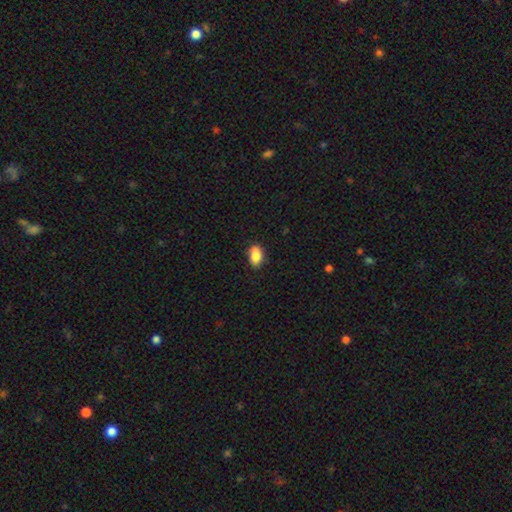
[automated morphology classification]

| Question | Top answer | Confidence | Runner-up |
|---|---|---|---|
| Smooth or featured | smooth | 87% | star or artifact (7%) |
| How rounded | in between | 88% | round (10%) |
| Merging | none | 86% | minor disturbance (11%) |